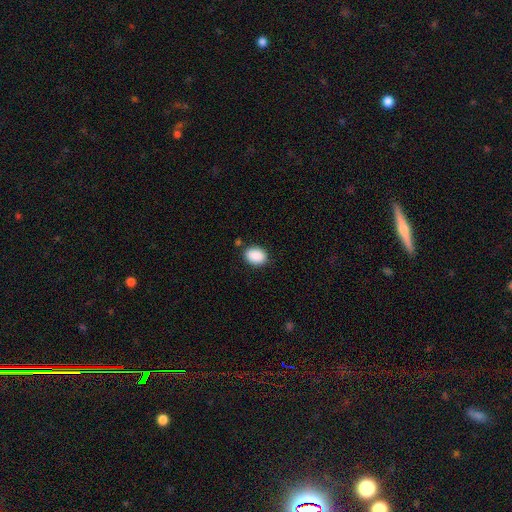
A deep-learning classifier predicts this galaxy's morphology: A smooth galaxy with no disk features (90%) that is in between round and cigar-shaped (71%).

Vote fractions:
- Smooth or featured? smooth: 90% / star or artifact: 7% / featured or disk: 3%
- How rounded? in between: 71% / round: 28% / cigar-shaped: 1%
- Merging? none: 82% / minor disturbance: 12% / major disturbance: 3% / merger: 3%